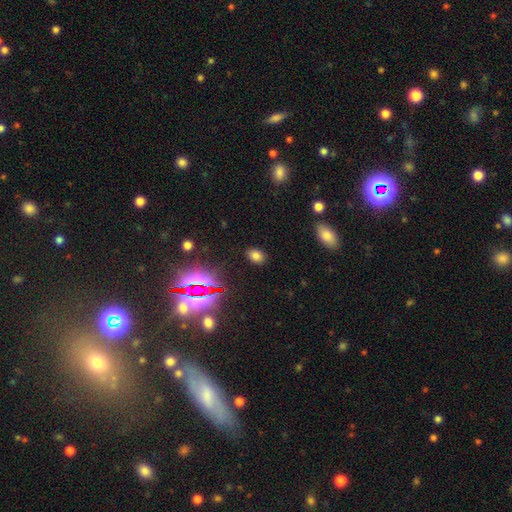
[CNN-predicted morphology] This appears to be a smooth galaxy with no disk features (72%) that is in between round and cigar-shaped (76%). Merging: none (87%).